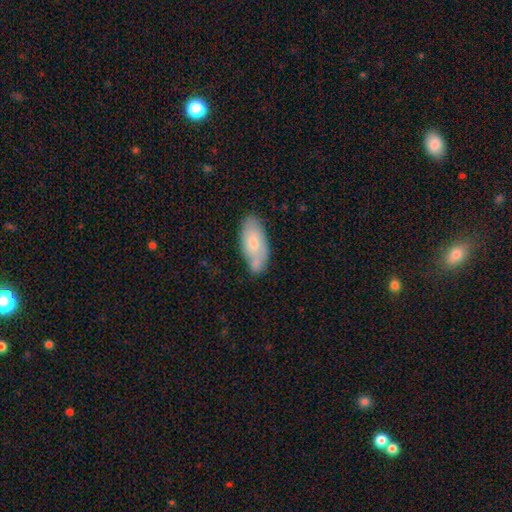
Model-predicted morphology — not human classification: smooth-or-featured: smooth: 66% | featured or disk: 28% | star or artifact: 6%
  how-rounded: in between: 90% | cigar-shaped: 8% | round: 2%
  merging: none: 63% | minor disturbance: 25% | merger: 7% | major disturbance: 5%